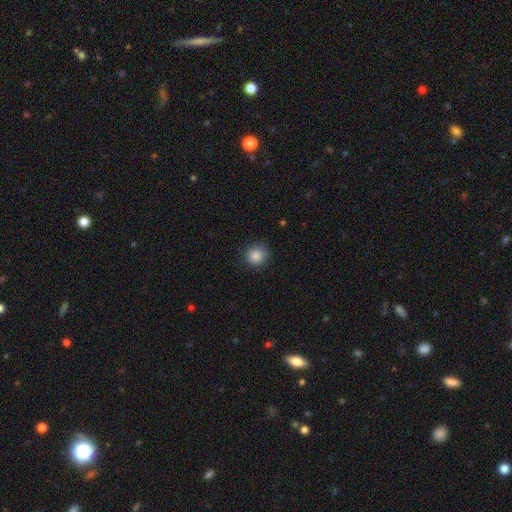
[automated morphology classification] Smooth or featured? smooth (86%)
How rounded? round (89%)
Merging? none (86%)